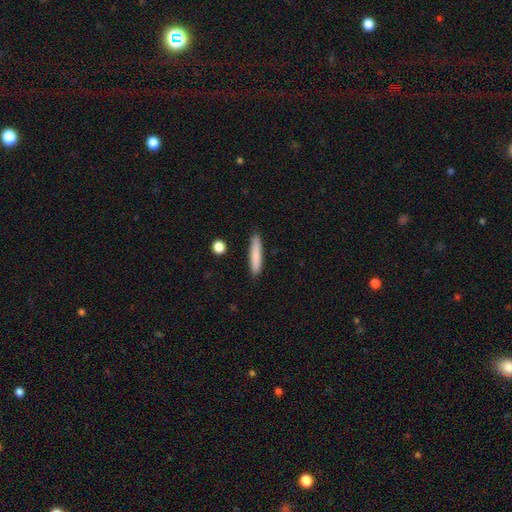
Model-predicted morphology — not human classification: Smooth or featured: smooth — 83% (featured or disk — 11%)
How rounded: cigar-shaped — 89% (in between — 10%)
Merging: none — 87% (minor disturbance — 9%)